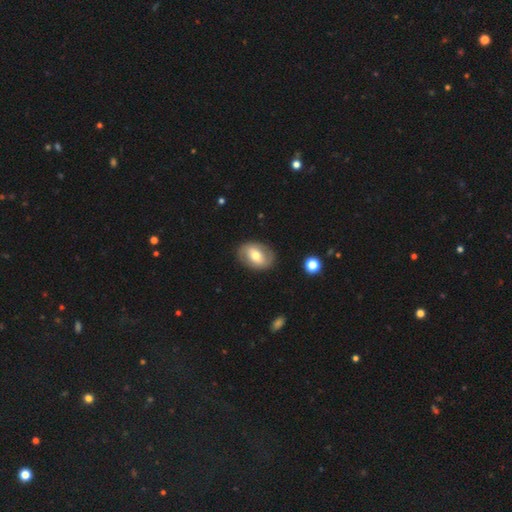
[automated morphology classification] This is possibly a featured or disk galaxy (48%). Merging: clearly none (84%).